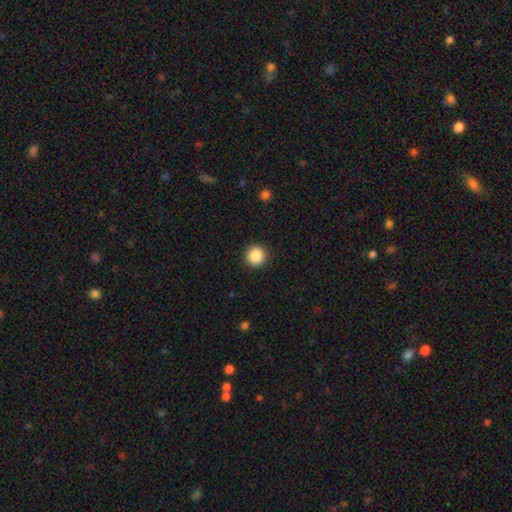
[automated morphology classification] A smooth galaxy with no disk features (88%) that is round (96%). Merging: none (92%).